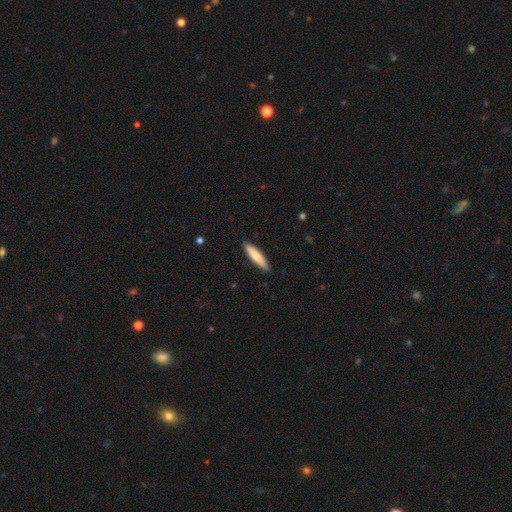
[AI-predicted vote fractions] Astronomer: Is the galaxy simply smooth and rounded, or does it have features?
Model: smooth — 78%.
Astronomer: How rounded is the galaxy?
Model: cigar-shaped — 85%.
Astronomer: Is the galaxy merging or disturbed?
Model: none — 90%.